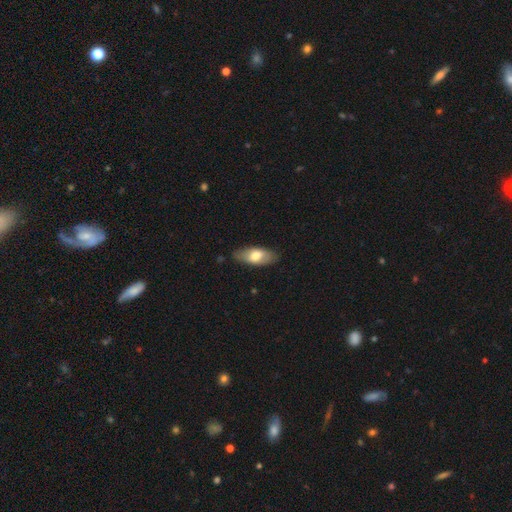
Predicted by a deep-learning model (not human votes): Smooth or featured: smooth — 68% (featured or disk — 26%)
How rounded: in between — 84% (cigar-shaped — 14%)
Merging: none — 83% (minor disturbance — 13%)